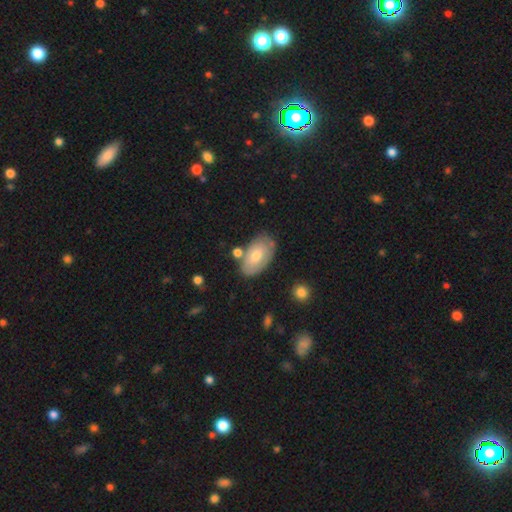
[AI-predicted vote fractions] smooth 66%, featured or disk 27%, star or artifact 6%. Down the decision tree: how rounded — in between (94%); merging — none (72%).